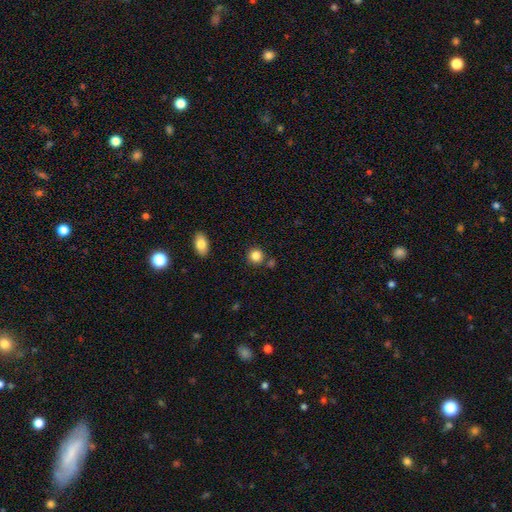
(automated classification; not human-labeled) A smooth galaxy with no disk features (85%) that is round (89%).

Vote fractions:
- Smooth or featured? smooth: 85% / star or artifact: 10% / featured or disk: 5%
- How rounded? round: 89% / in between: 10% / cigar-shaped: 1%
- Merging? none: 81% / merger: 8% / minor disturbance: 8% / major disturbance: 3%